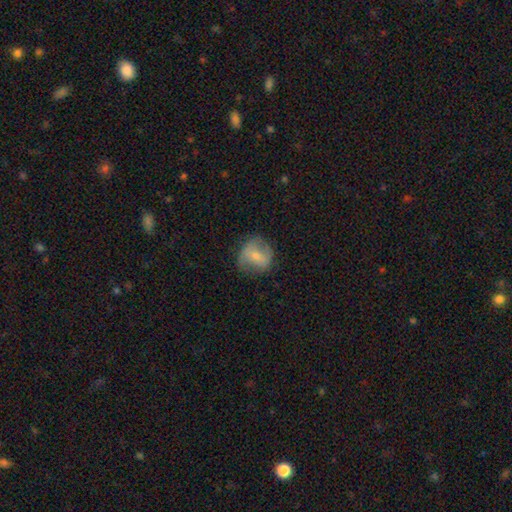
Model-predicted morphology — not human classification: Smooth or featured? smooth (56%)
How rounded? round (74%)
Merging? none (67%)